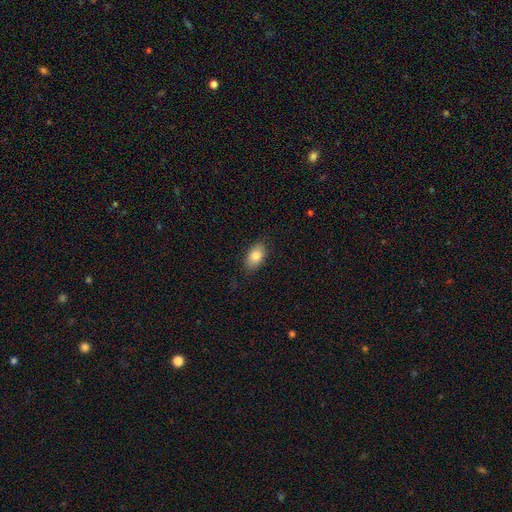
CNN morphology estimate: A smooth galaxy with no disk features (83%) that is in between round and cigar-shaped (91%). Merging: none (83%).